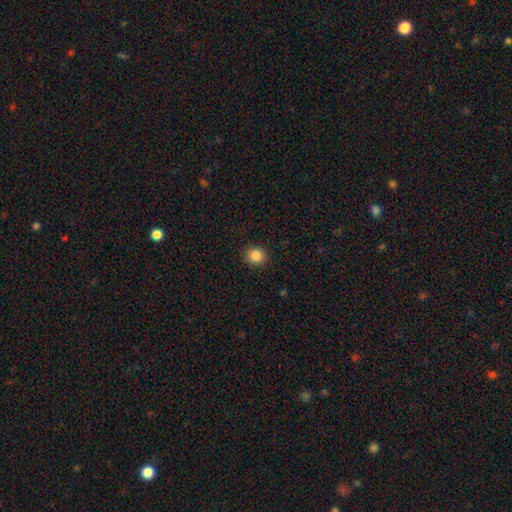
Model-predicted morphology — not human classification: Smooth or featured?
  - smooth: 86% *
  - star or artifact: 10%
  - featured or disk: 4%
How rounded?
  - round: 83% *
  - in between: 16%
  - cigar-shaped: 1%
Merging?
  - none: 91% *
  - minor disturbance: 6%
  - major disturbance: 2%
  - merger: 1%